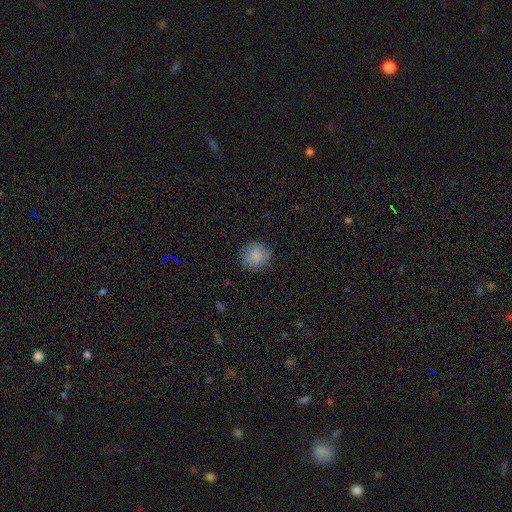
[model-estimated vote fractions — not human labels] Morphology: type=smooth (86%); roundness=round (91%); merging=none (87%).